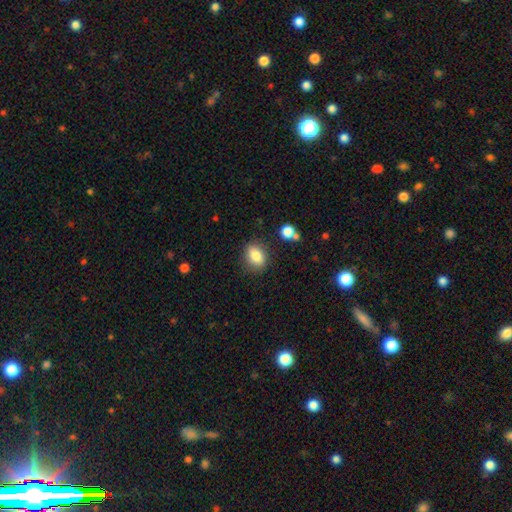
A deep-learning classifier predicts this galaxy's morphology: smooth 82%, star or artifact 9%, featured or disk 9%. Down the decision tree: how rounded — in between (68%); merging — none (82%).